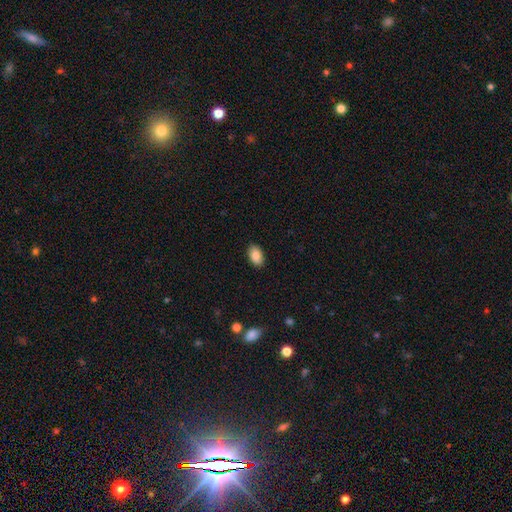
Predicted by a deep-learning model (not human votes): Smooth or featured? Predicted: smooth (p=0.86). How rounded? Predicted: in between (p=0.90). Merging? Predicted: none (p=0.89).